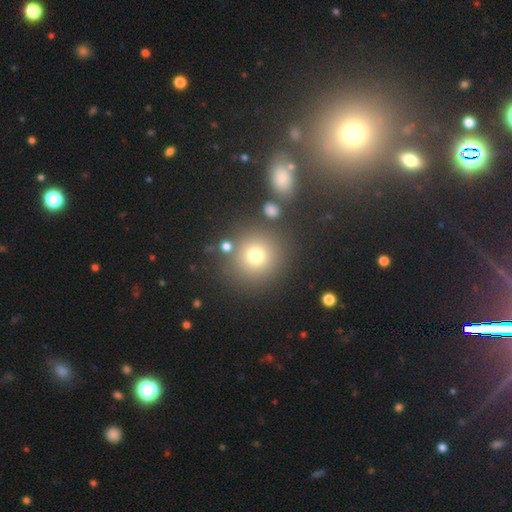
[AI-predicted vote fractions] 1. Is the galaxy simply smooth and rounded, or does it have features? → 72% smooth, 17% star or artifact, 10% featured or disk.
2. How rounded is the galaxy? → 92% round, 7% in between, 1% cigar-shaped.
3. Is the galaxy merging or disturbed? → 80% none, 8% minor disturbance, 8% merger, 4% major disturbance.